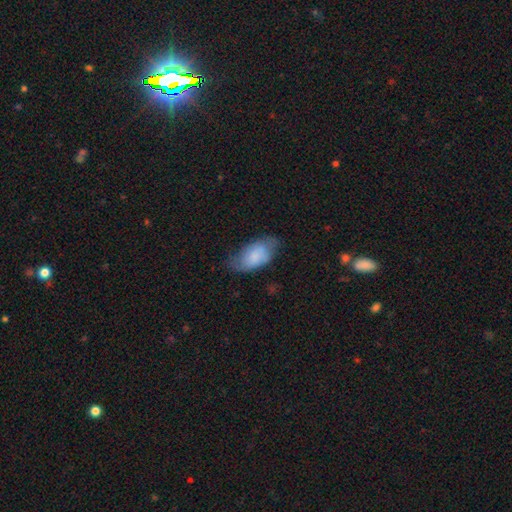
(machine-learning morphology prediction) Smooth or featured?
  - smooth: 73% *
  - featured or disk: 21%
  - star or artifact: 7%
How rounded?
  - in between: 94% *
  - round: 3%
  - cigar-shaped: 3%
Merging?
  - none: 55% *
  - minor disturbance: 32%
  - major disturbance: 11%
  - merger: 2%